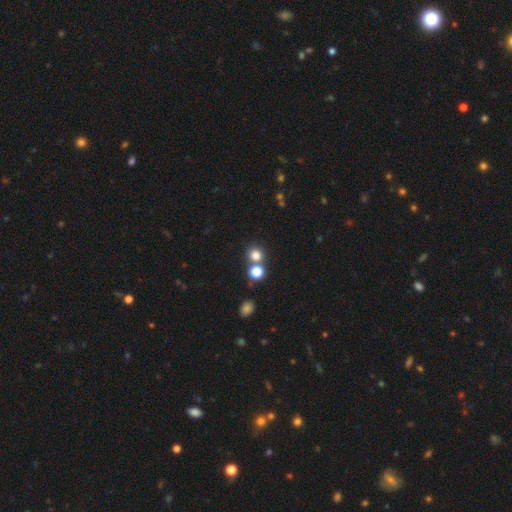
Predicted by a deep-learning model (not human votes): Morphology: type=smooth (77%); roundness=round (87%); merging=none (67%).